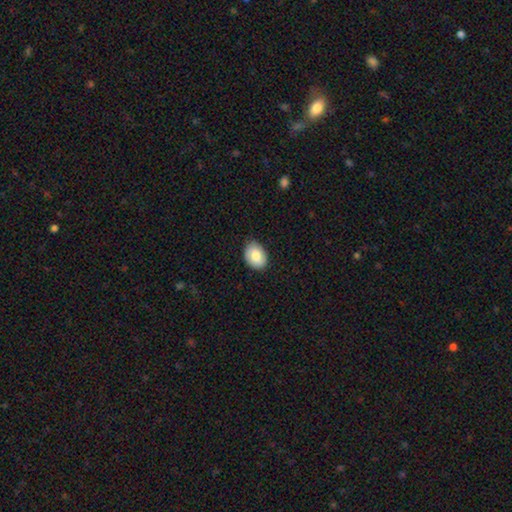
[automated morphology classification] Smooth or featured? smooth (82%)
How rounded? in between (77%)
Merging? none (83%)